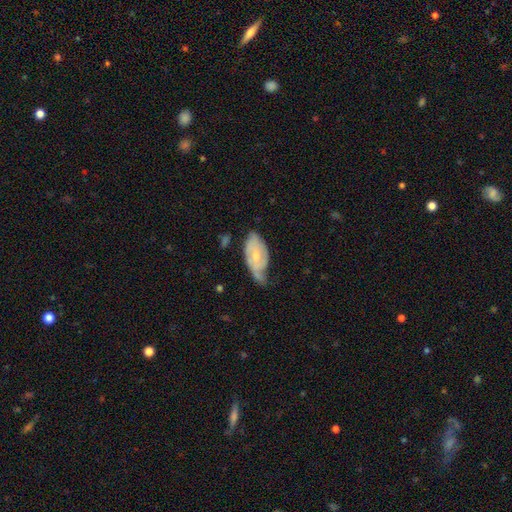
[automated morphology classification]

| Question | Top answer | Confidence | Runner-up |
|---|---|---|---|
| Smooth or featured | featured or disk | 64% | smooth (30%) |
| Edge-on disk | no | 94% | yes (6%) |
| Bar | no | 57% | weak (37%) |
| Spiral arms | yes | 81% | no (19%) |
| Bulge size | small | 53% | moderate (42%) |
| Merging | minor disturbance | 41% | none (35%) |